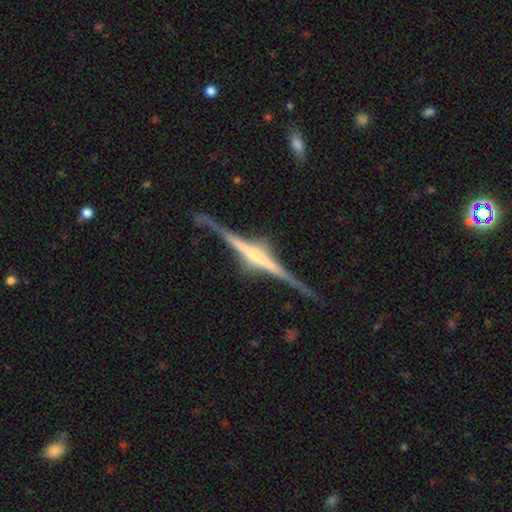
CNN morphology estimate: The model was most divided on "edge-on bulge": rounded: 61%, boxy: 24%, none: 15%. More confident: edge-on disk — yes (98%); smooth or featured — featured or disk (87%); merging — none (82%).